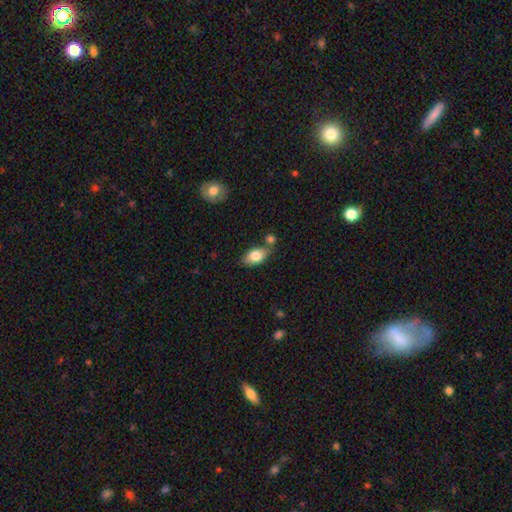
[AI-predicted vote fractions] Smooth or featured? smooth (79%)
How rounded? in between (88%)
Merging? none (64%)